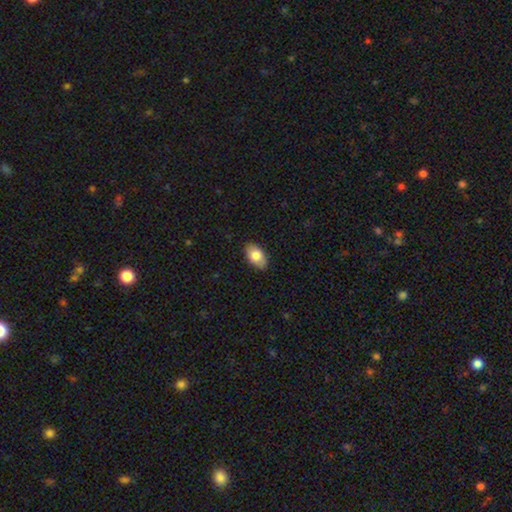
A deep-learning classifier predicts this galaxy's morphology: A smooth galaxy with no disk features (81%) that is in between round and cigar-shaped (93%). Merging: none (86%).